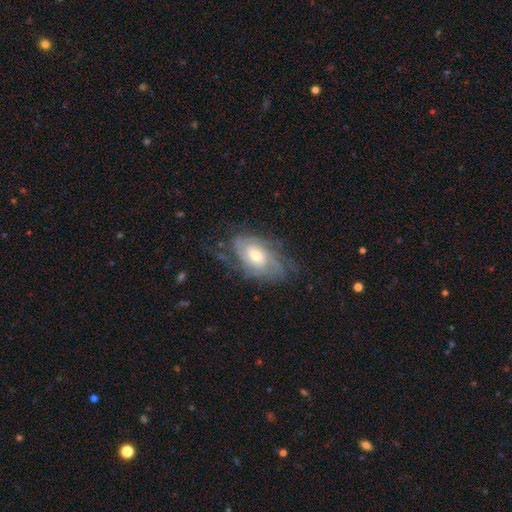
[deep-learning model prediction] A featured or disk galaxy (81%) with no bar (59%), tight (64%) spiral arms (93%) and a moderate central bulge (64%). Merging: none (66%).